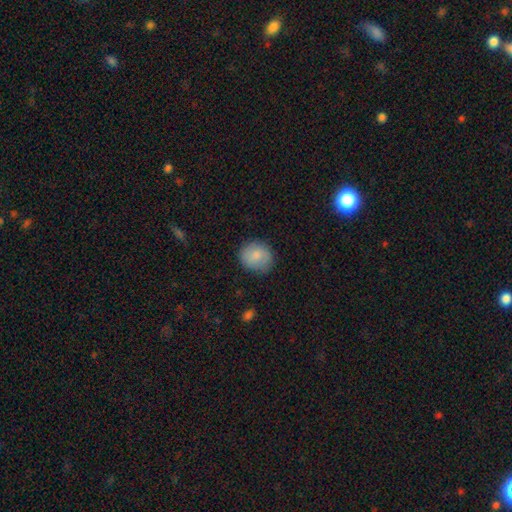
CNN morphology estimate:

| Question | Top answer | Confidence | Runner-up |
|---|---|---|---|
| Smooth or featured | smooth | 81% | featured or disk (12%) |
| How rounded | round | 79% | in between (20%) |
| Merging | none | 80% | minor disturbance (16%) |